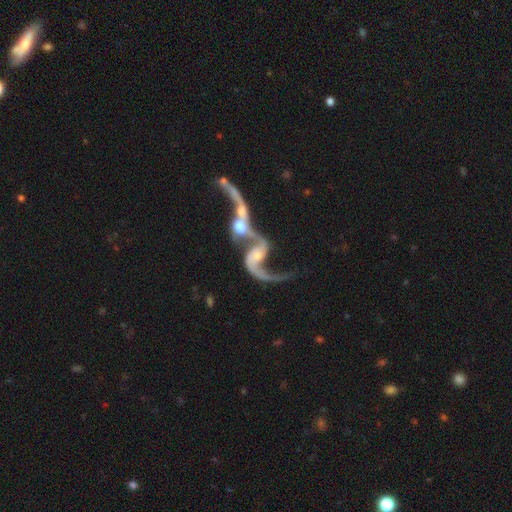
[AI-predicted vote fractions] smooth-or-featured: featured or disk: 85% | smooth: 8% | star or artifact: 7%
  disk-edge-on: no: 94% | yes: 6%
    bar: no: 53% | weak: 32% | strong: 15%
    has-spiral-arms: yes: 90% | no: 10%
      spiral-winding: loose: 83% | medium: 13% | tight: 3%
      spiral-arm-count: 2: 80% | 1: 12% | can't tell: 4% | 3: 2% | 4: 1% | more than 4: 1%
    bulge-size: small: 41% | moderate: 36% | none: 16% | large: 5% | dominant: 2%
  merging: merger: 69% | none: 13% | major disturbance: 12% | minor disturbance: 5%